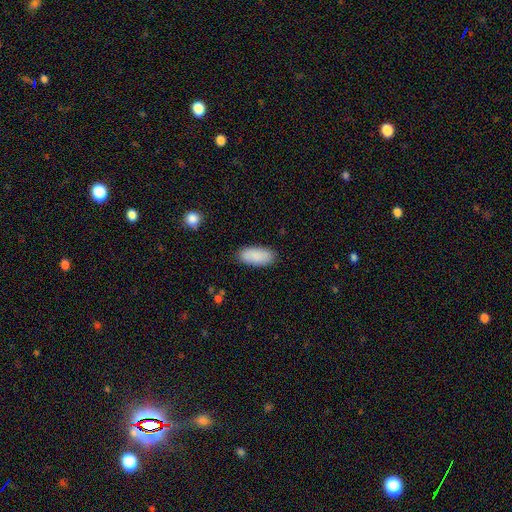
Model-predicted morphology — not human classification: smooth_or_featured: smooth (p=0.89) [alt: star or artifact p=0.06]
how_rounded: in between (p=0.91) [alt: cigar-shaped p=0.07]
merging: none (p=0.86) [alt: minor disturbance p=0.11]